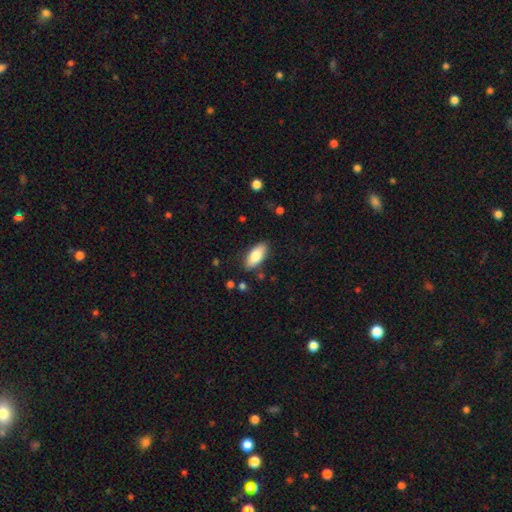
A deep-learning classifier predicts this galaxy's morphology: Q: Smooth or featured?
A: smooth (79%); runner-up: featured or disk (15%)
Q: How rounded?
A: in between (85%); runner-up: cigar-shaped (13%)
Q: Merging?
A: none (85%); runner-up: minor disturbance (11%)